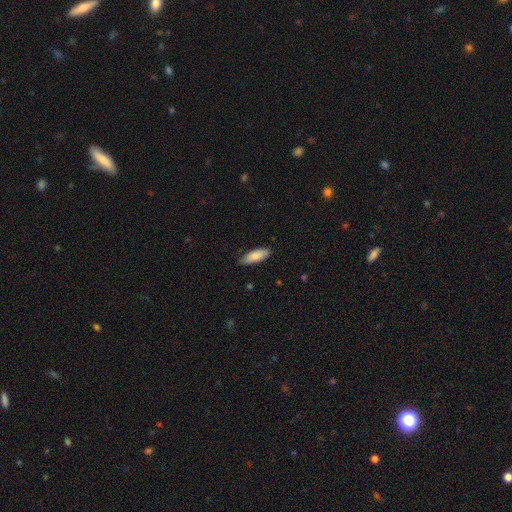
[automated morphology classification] Smooth or featured?
  - smooth: 86% *
  - featured or disk: 9%
  - star or artifact: 6%
How rounded?
  - in between: 68% *
  - cigar-shaped: 30%
  - round: 2%
Merging?
  - none: 80% *
  - minor disturbance: 16%
  - major disturbance: 2%
  - merger: 1%